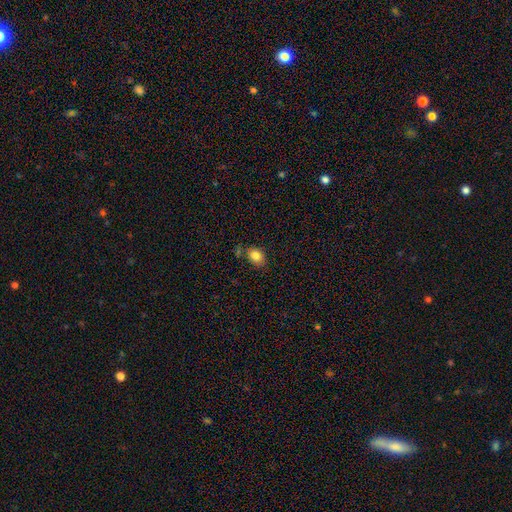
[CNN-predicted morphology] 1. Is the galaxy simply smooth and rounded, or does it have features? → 83% smooth, 9% star or artifact, 8% featured or disk.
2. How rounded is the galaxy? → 67% in between, 32% round, 1% cigar-shaped.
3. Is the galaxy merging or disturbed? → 68% none, 18% minor disturbance, 9% merger, 5% major disturbance.